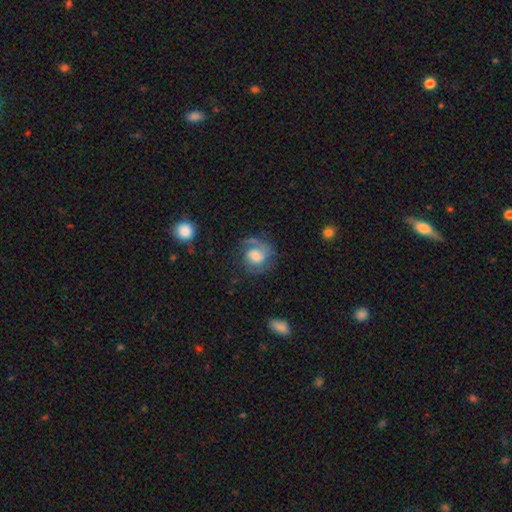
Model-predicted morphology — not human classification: Overall: featured or disk (64%; smooth 28%). Edge-on disk: no (98%). Bar: no (58%; weak 34%). Spiral arms: yes (89%). Spiral arm count: 2 (56%; 1 26%). Spiral winding: medium (45%; tight 35%). Bulge size: moderate (38%; large 25%). Merging: none (59%; minor disturbance 20%).